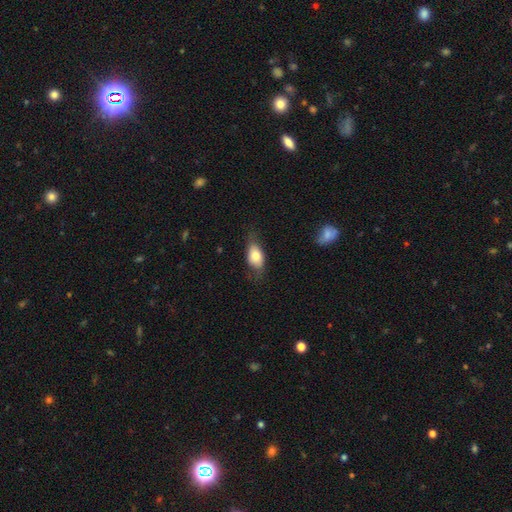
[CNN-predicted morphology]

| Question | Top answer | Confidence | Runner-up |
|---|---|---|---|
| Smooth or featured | smooth | 71% | featured or disk (22%) |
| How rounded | in between | 85% | round (9%) |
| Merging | none | 63% | minor disturbance (26%) |